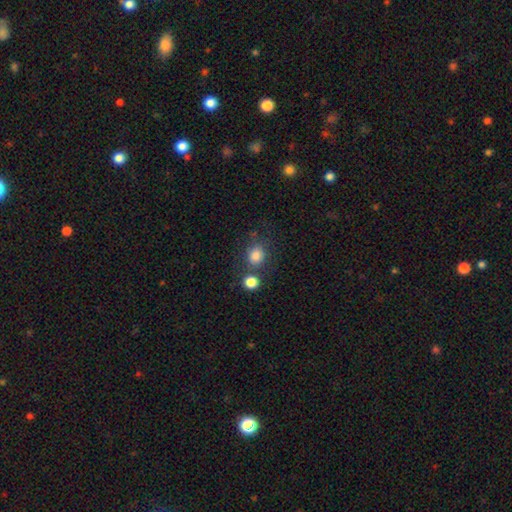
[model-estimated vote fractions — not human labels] A smooth galaxy with no disk features (83%) that is round (73%). Merging: none (63%).